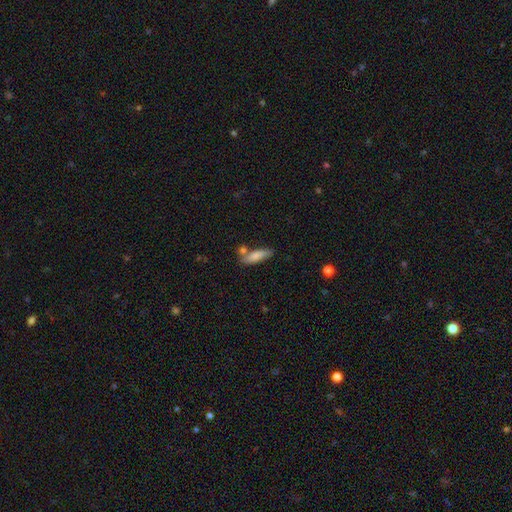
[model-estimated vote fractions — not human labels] Q: Smooth or featured?
A: smooth (79%); runner-up: featured or disk (14%)
Q: How rounded?
A: cigar-shaped (53%); runner-up: in between (44%)
Q: Merging?
A: none (62%); runner-up: minor disturbance (17%)